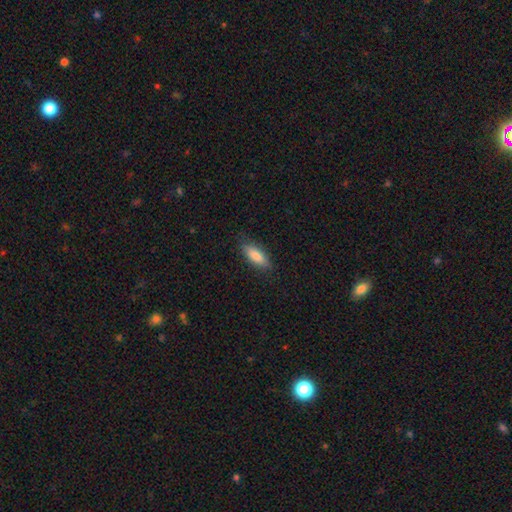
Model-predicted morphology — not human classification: Smooth or featured? smooth (82%)
How rounded? in between (66%)
Merging? none (83%)